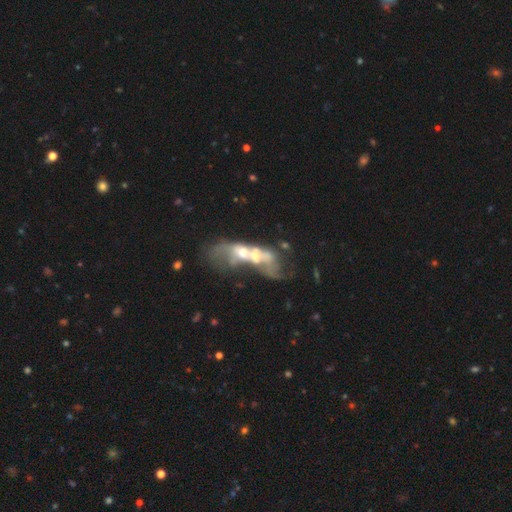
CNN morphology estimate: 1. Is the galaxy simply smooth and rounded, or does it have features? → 61% featured or disk, 28% smooth, 11% star or artifact.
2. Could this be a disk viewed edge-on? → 93% no, 7% yes.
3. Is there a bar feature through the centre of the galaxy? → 82% no, 13% weak, 5% strong.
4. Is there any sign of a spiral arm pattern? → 84% no, 16% yes.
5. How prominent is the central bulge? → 51% moderate, 16% small, 16% large, 15% none, 3% dominant.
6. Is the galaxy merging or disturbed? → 68% merger, 19% major disturbance, 8% none, 5% minor disturbance.